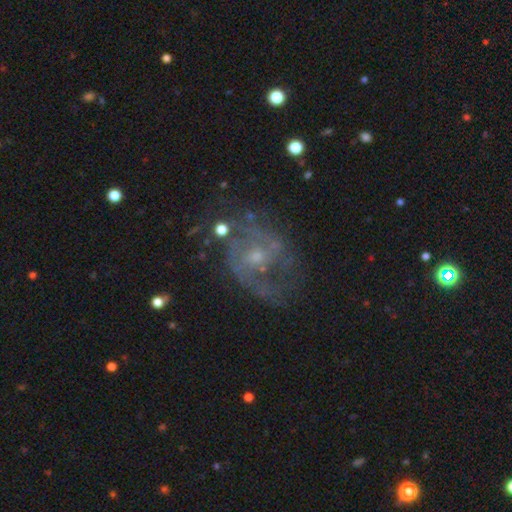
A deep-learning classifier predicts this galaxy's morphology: Smooth or featured: featured or disk — 80% (star or artifact — 10%)
Edge-on disk: no — 97% (yes — 3%)
Bar: no — 58% (weak — 36%)
Spiral arms: yes — 86% (no — 14%)
Spiral winding: medium — 50% (loose — 27%)
Spiral arm count: 2 — 70% (can't tell — 16%)
Bulge size: small — 62% (moderate — 29%)
Merging: none — 61% (minor disturbance — 19%)